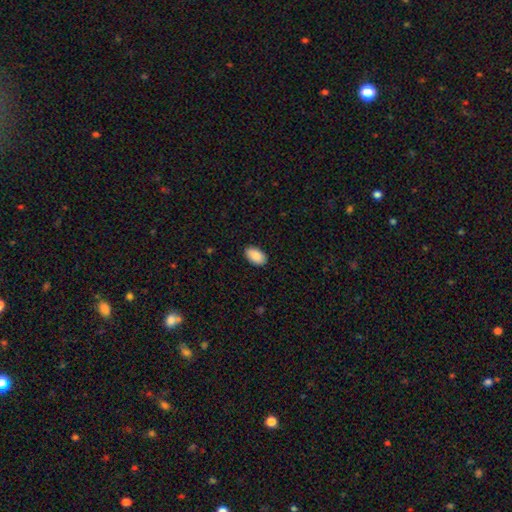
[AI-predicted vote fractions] Smooth or featured? Predicted: smooth (p=0.90). How rounded? Predicted: in between (p=0.94). Merging? Predicted: none (p=0.88).